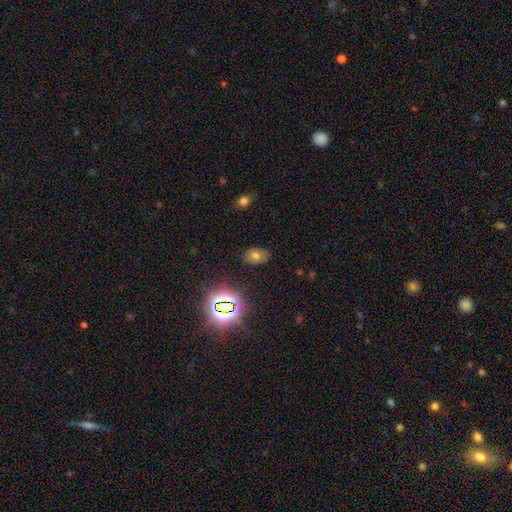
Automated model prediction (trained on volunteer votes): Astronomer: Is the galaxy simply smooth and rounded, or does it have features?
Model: smooth — 63%.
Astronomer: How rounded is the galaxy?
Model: in between — 80%.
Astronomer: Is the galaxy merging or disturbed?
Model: none — 83%.